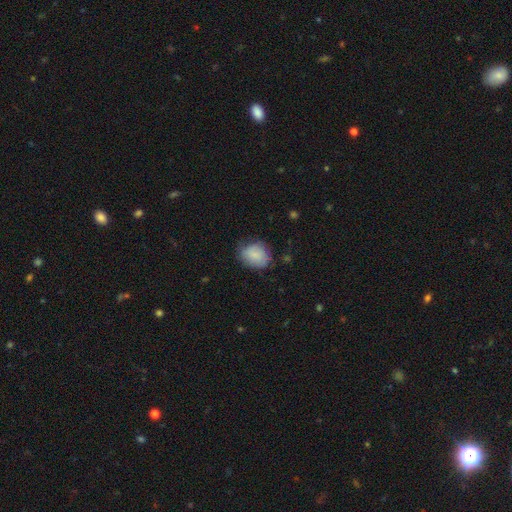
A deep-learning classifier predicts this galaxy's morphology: A smooth galaxy with no disk features (81%) that is round (54%). Merging: none (63%).